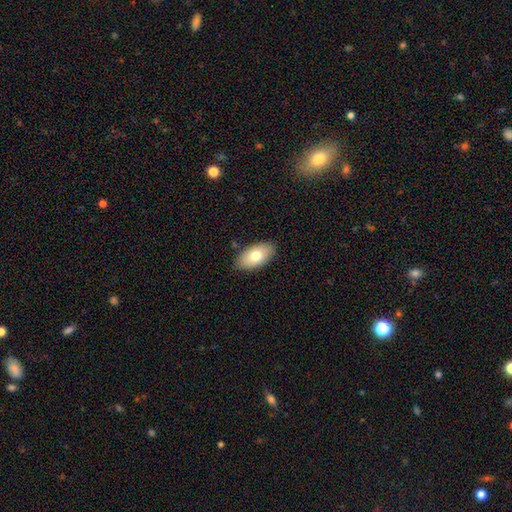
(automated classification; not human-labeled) A smooth galaxy with no disk features (74%) that is in between round and cigar-shaped (94%).

Vote fractions:
- Smooth or featured? smooth: 74% / featured or disk: 19% / star or artifact: 7%
- How rounded? in between: 94% / round: 4% / cigar-shaped: 3%
- Merging? none: 86% / minor disturbance: 11% / major disturbance: 2% / merger: 1%